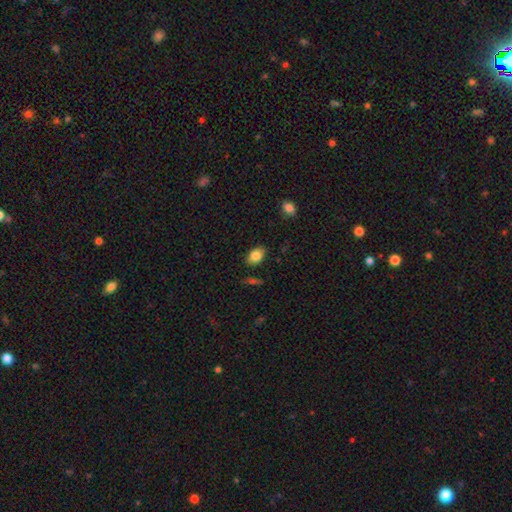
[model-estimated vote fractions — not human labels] Smooth or featured?
  - smooth: 83% *
  - featured or disk: 9%
  - star or artifact: 8%
How rounded?
  - in between: 84% *
  - round: 14%
  - cigar-shaped: 1%
Merging?
  - none: 85% *
  - minor disturbance: 11%
  - major disturbance: 2%
  - merger: 2%